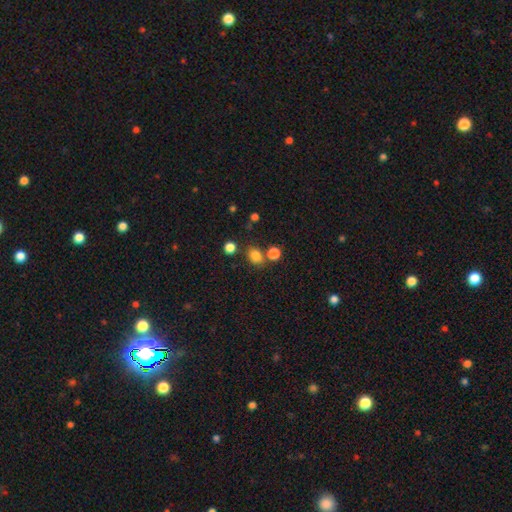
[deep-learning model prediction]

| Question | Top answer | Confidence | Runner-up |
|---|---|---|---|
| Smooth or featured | smooth | 80% | star or artifact (14%) |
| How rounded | in between | 53% | round (46%) |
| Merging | none | 69% | merger (15%) |